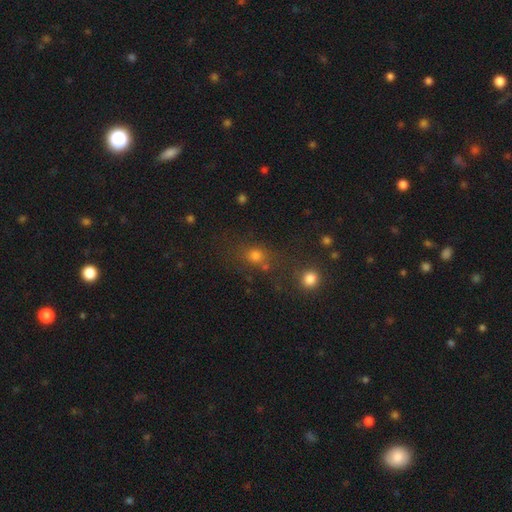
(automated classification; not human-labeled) The model was most divided on "merging": none: 63%, merger: 18%, minor disturbance: 12%, major disturbance: 7%. More confident: how rounded — round (75%); smooth or featured — smooth (69%).